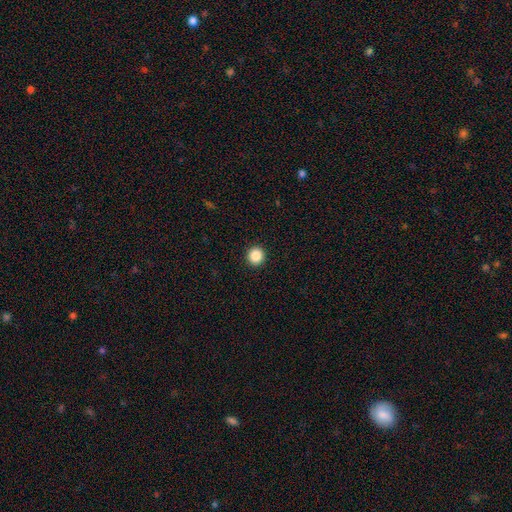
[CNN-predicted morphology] smooth 87%, star or artifact 9%, featured or disk 3%. Down the decision tree: how rounded — round (94%); merging — none (94%).